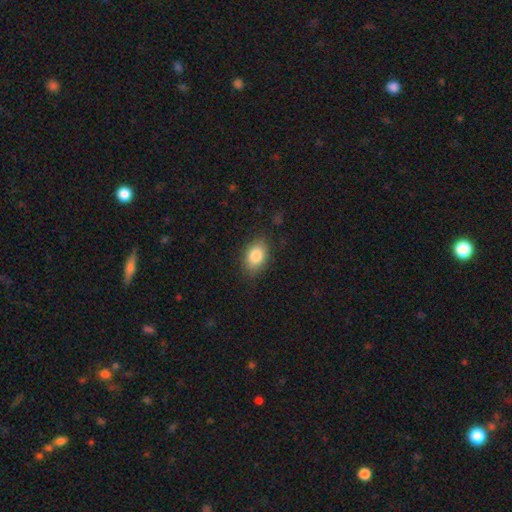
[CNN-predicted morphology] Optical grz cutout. It shows a smooth galaxy with no disk features (85%) that is in between round and cigar-shaped (86%). Merging: none (83%).